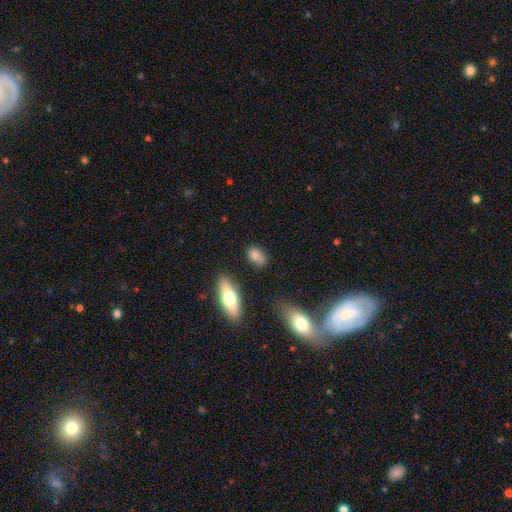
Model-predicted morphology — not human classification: smooth-or-featured: smooth: 77% | featured or disk: 13% | star or artifact: 10%
  how-rounded: in between: 76% | round: 18% | cigar-shaped: 6%
  merging: none: 63% | minor disturbance: 21% | merger: 9% | major disturbance: 7%